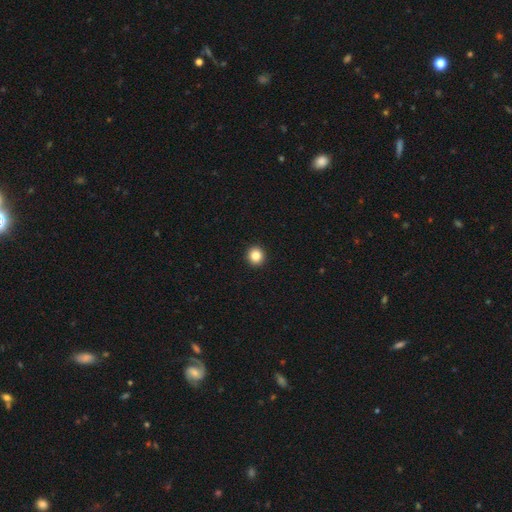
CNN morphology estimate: This is clearly a smooth galaxy (84%). How rounded: clearly round (93%). Merging: clearly none (94%).